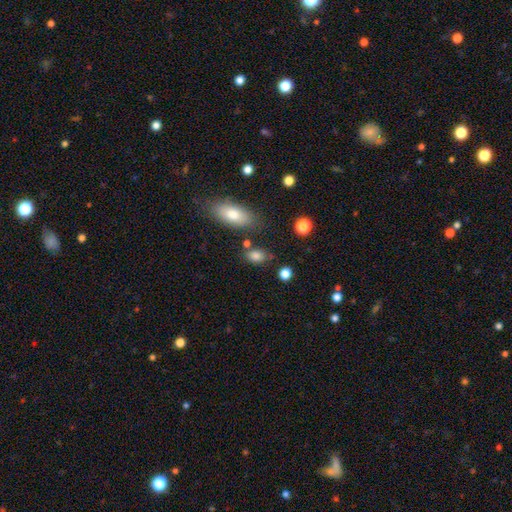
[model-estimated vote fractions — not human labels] This is clearly a smooth galaxy (84%). How rounded: likely in between (78%). Merging: likely none (71%).